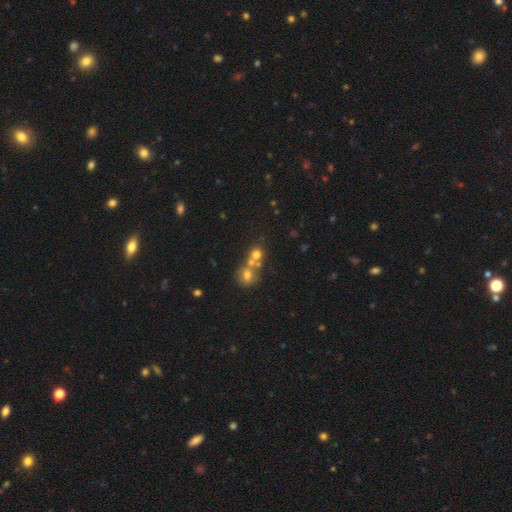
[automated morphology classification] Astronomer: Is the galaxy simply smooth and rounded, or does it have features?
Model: smooth — 57%.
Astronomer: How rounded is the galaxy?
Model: round — 84%.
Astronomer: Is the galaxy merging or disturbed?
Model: merger — 50% (runner-up: none, 40%).